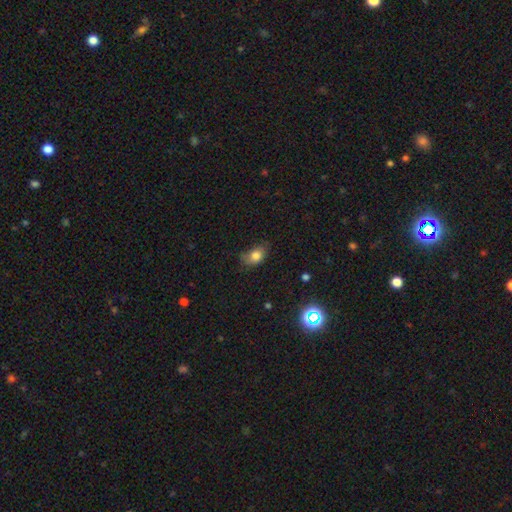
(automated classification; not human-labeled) Smooth or featured? Predicted: smooth (p=0.79). How rounded? Predicted: in between (p=0.80). Merging? Predicted: none (p=0.60).